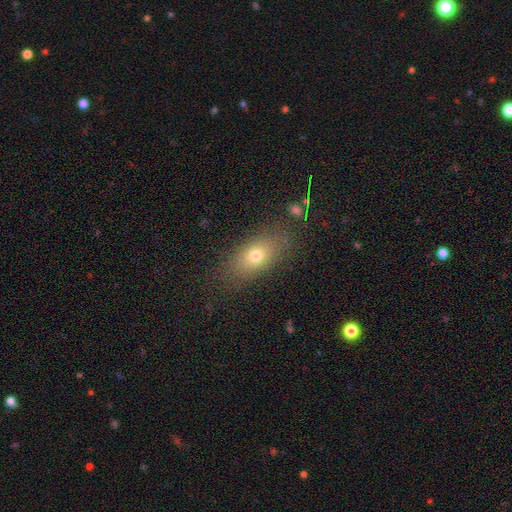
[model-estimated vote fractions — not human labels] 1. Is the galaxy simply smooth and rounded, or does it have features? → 72% smooth, 16% featured or disk, 12% star or artifact.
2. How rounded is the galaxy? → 79% in between, 12% round, 9% cigar-shaped.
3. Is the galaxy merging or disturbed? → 81% none, 12% minor disturbance, 5% major disturbance, 2% merger.